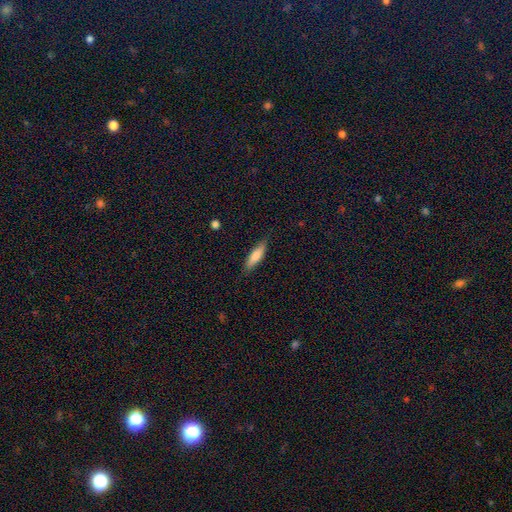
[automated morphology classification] This appears to be a smooth galaxy with no disk features (76%) that is cigar-shaped (61%). Merging: none (84%).